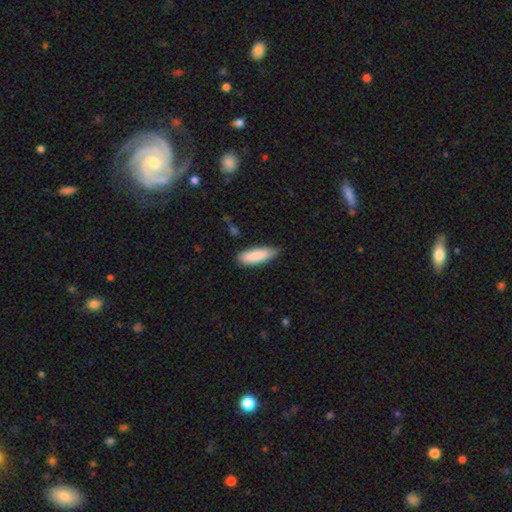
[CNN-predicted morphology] The model was most divided on "how rounded": in between: 56%, cigar-shaped: 42%, round: 1%. More confident: smooth or featured — smooth (88%); merging — none (79%).